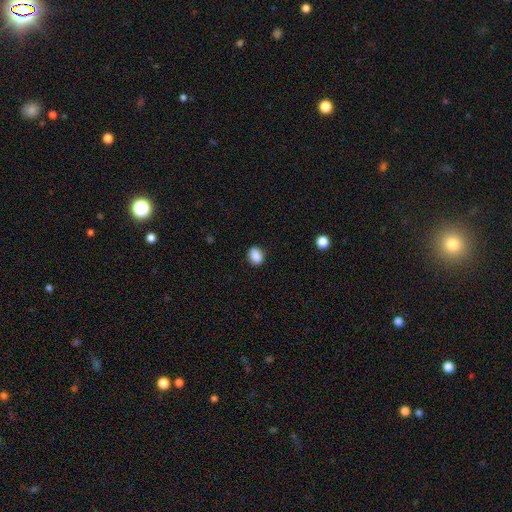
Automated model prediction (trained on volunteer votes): Overall: smooth (88%). How rounded: in between (63%; round 36%). Merging: none (87%).